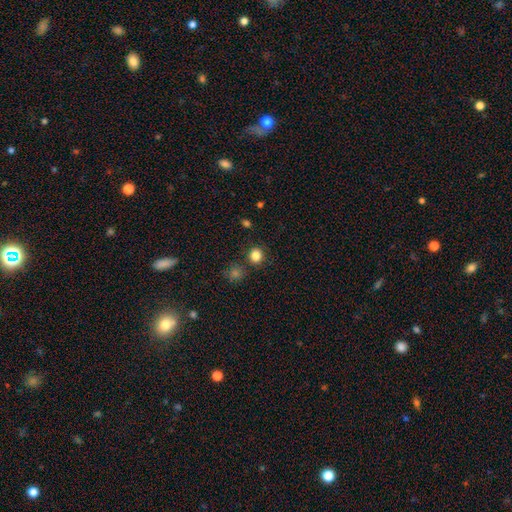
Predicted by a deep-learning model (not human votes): Overall: smooth (83%). How rounded: round (83%). Merging: none (84%).